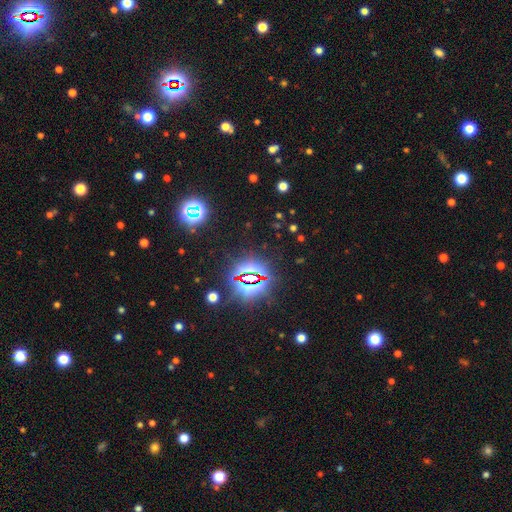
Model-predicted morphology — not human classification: smooth_or_featured: star or artifact (p=0.81) [alt: smooth p=0.11]